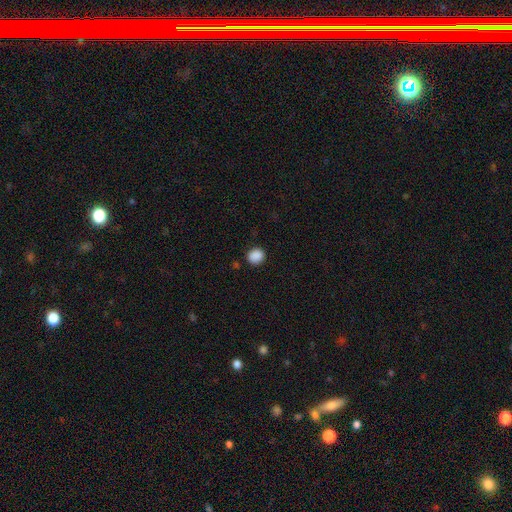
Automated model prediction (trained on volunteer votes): smooth-or-featured: smooth: 88% | star or artifact: 9% | featured or disk: 3%
  how-rounded: round: 81% | in between: 18% | cigar-shaped: 1%
  merging: none: 88% | minor disturbance: 8% | major disturbance: 2% | merger: 2%